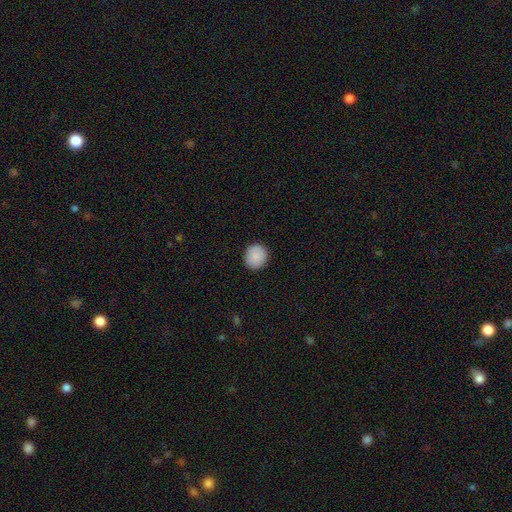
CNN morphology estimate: Overall: smooth (89%). How rounded: round (86%). Merging: none (91%).